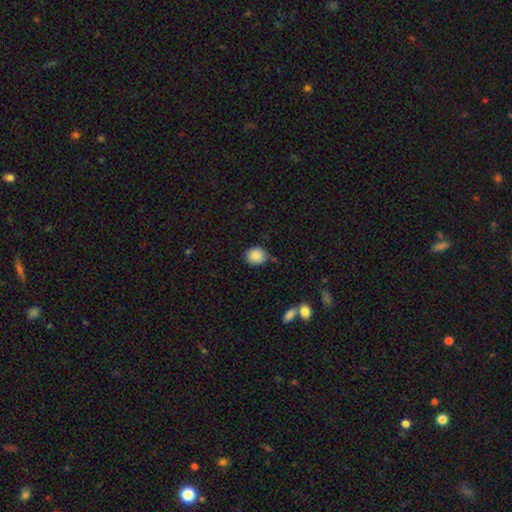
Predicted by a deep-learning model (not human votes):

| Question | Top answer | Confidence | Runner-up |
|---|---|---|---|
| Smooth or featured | smooth | 87% | star or artifact (9%) |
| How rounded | round | 76% | in between (23%) |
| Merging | none | 70% | minor disturbance (22%) |